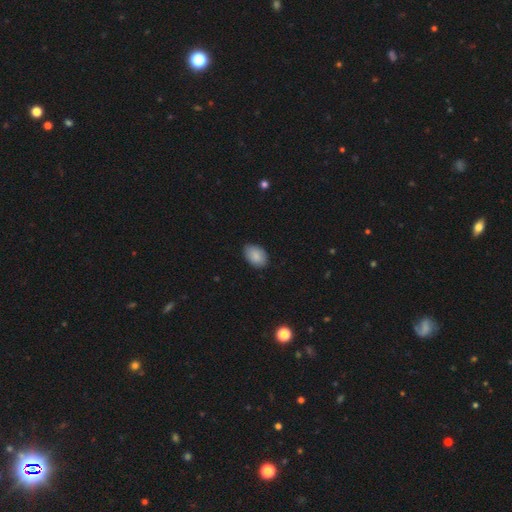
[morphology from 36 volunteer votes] A smooth galaxy with no disk features (89%) that is in between round and cigar-shaped (84%). Merging: none (86%).